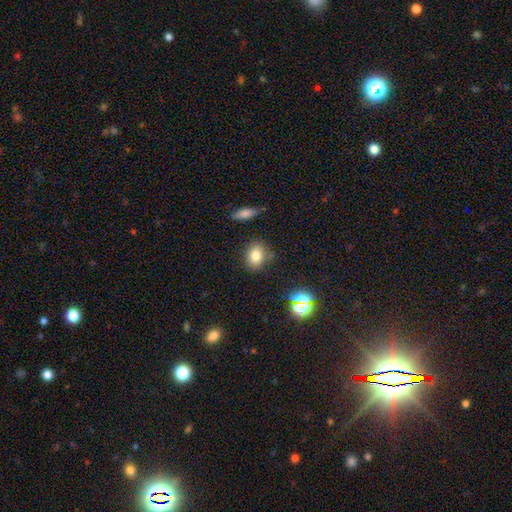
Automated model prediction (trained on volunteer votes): Smooth or featured?
  - smooth: 79% *
  - star or artifact: 12%
  - featured or disk: 9%
How rounded?
  - in between: 57% *
  - round: 42%
  - cigar-shaped: 2%
Merging?
  - none: 79% *
  - minor disturbance: 14%
  - merger: 4%
  - major disturbance: 4%